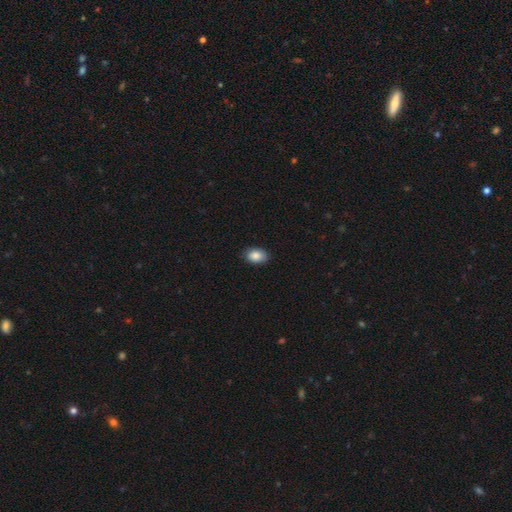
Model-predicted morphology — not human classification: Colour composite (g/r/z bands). It shows a smooth galaxy with no disk features (87%) that is in between round and cigar-shaped (84%). Merging: none (86%).